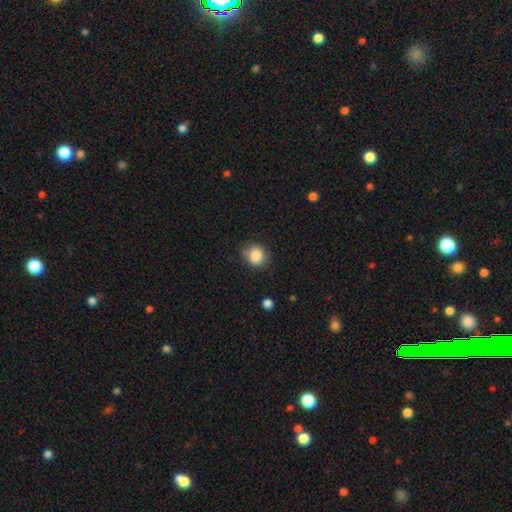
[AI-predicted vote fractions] smooth_or_featured: smooth (p=0.85) [alt: star or artifact p=0.09]
how_rounded: round (p=0.73) [alt: in between p=0.26]
merging: none (p=0.73) [alt: minor disturbance p=0.20]